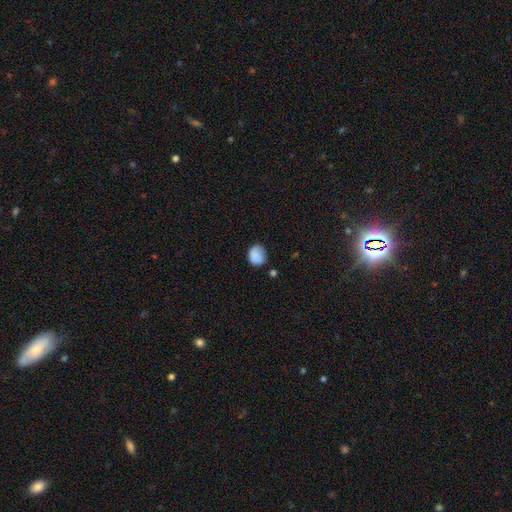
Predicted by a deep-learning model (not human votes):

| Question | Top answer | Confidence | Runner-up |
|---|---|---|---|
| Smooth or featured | smooth | 85% | star or artifact (9%) |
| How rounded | round | 60% | in between (39%) |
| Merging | none | 67% | minor disturbance (24%) |